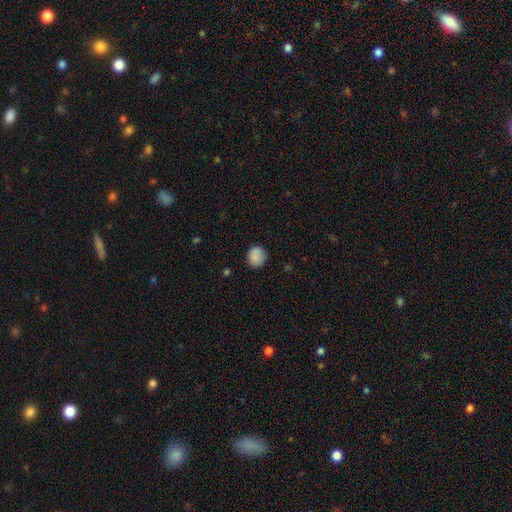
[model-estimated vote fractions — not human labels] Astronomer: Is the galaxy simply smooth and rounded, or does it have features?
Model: smooth — 87%.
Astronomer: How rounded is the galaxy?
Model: round — 81%.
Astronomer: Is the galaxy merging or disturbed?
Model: none — 83%.